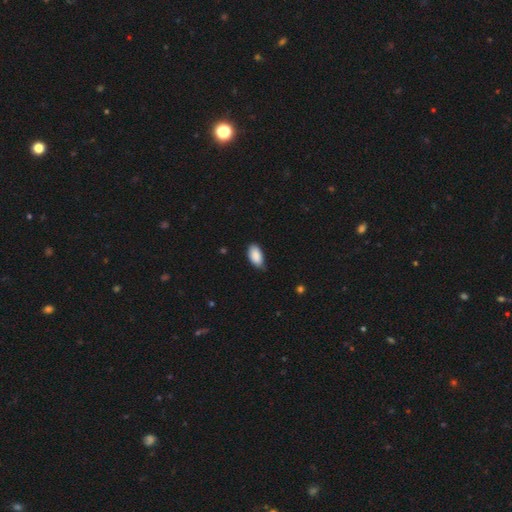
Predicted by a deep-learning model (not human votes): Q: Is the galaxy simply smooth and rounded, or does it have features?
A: smooth — 89%.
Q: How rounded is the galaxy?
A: in between — 94%.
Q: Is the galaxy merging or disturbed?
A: none — 65%.